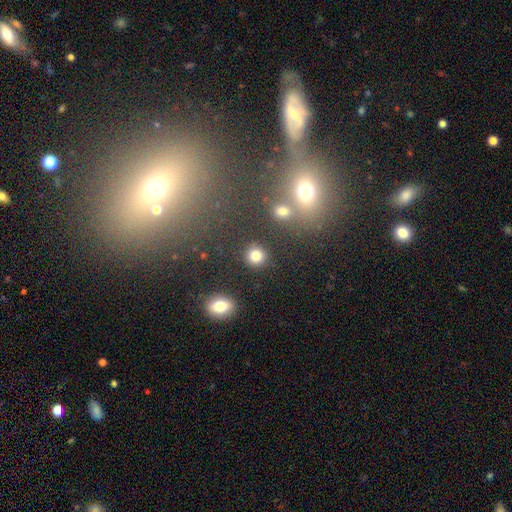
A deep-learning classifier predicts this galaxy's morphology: Overall: smooth (82%). How rounded: round (87%). Merging: none (86%).